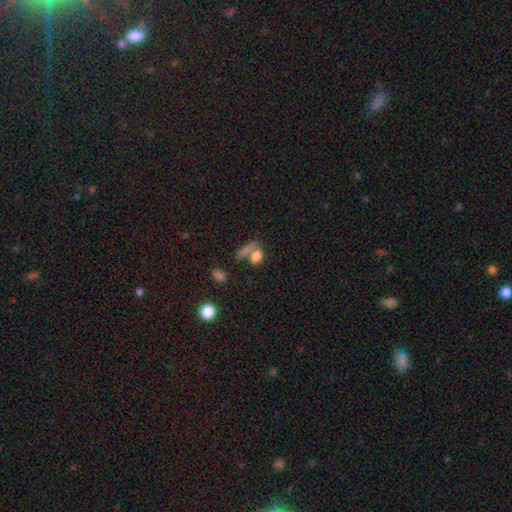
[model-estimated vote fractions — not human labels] Smooth or featured? smooth (76%)
How rounded? in between (65%)
Merging? none (44%)